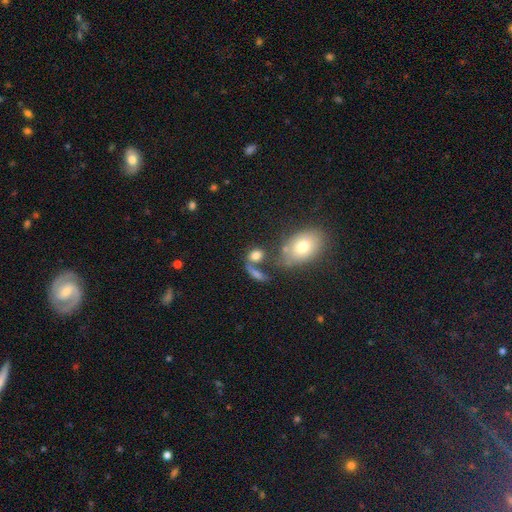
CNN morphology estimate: smooth_or_featured: smooth (p=0.72) [alt: featured or disk p=0.15]
how_rounded: in between (p=0.56) [alt: round p=0.38]
merging: none (p=0.43) [alt: merger p=0.33]